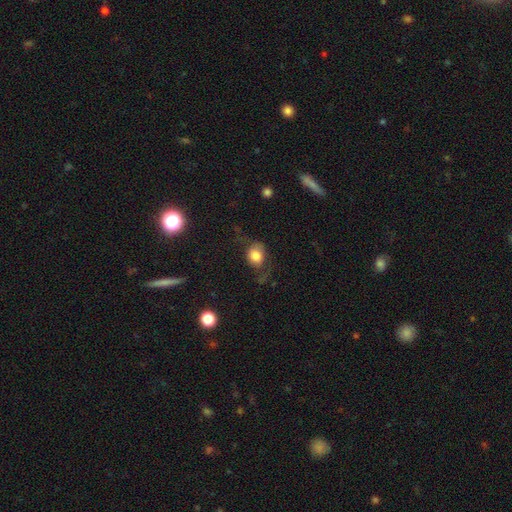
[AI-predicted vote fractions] A smooth galaxy with no disk features (71%) that is round (53%). Merging: none (48%).